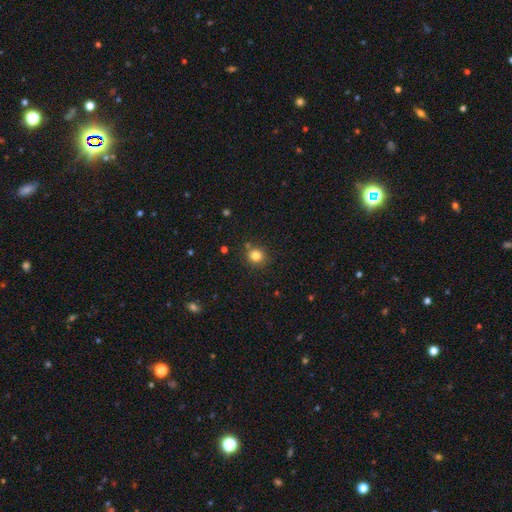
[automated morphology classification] Q: Smooth or featured?
A: smooth (81%); runner-up: star or artifact (13%)
Q: How rounded?
A: round (89%); runner-up: in between (10%)
Q: Merging?
A: none (83%); runner-up: minor disturbance (9%)